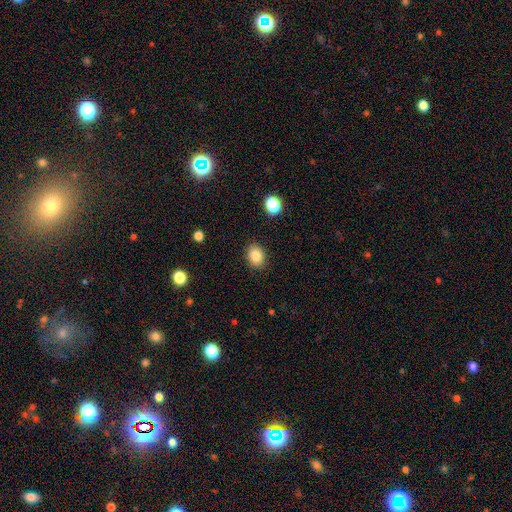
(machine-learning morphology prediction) Overall: smooth (84%). How rounded: in between (60%; round 39%). Merging: none (88%).